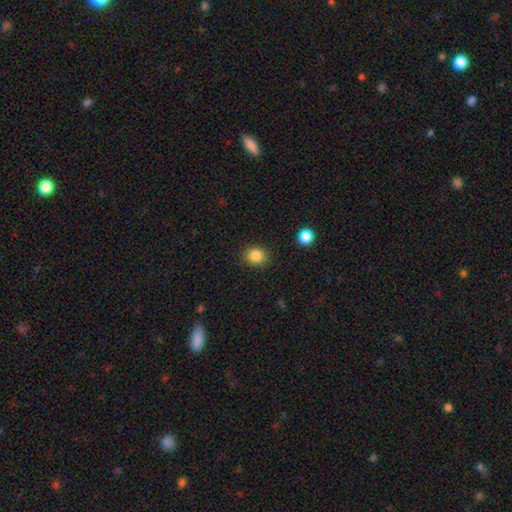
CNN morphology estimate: smooth_or_featured: smooth (p=0.86) [alt: star or artifact p=0.10]
how_rounded: round (p=0.72) [alt: in between p=0.28]
merging: none (p=0.88) [alt: minor disturbance p=0.08]